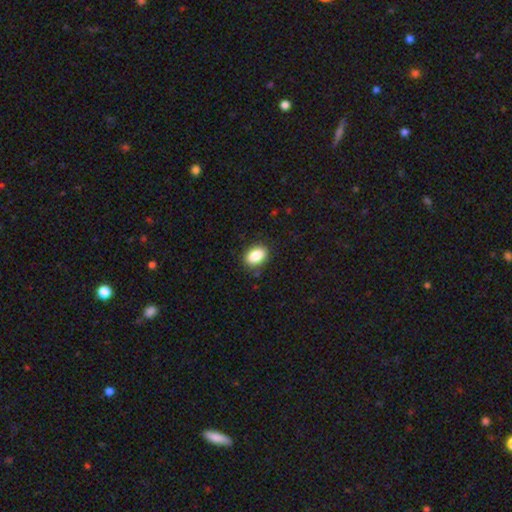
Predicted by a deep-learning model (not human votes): Smooth or featured?
  - smooth: 87% *
  - star or artifact: 8%
  - featured or disk: 5%
How rounded?
  - in between: 84% *
  - round: 14%
  - cigar-shaped: 2%
Merging?
  - none: 86% *
  - minor disturbance: 10%
  - major disturbance: 2%
  - merger: 1%